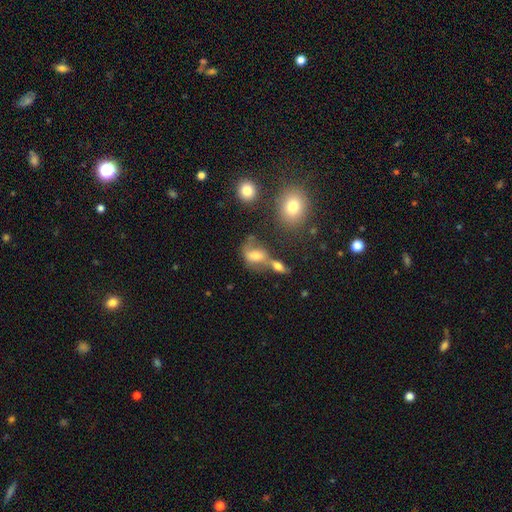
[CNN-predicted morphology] The model was most divided on "smooth or featured": smooth: 44%, featured or disk: 41%, star or artifact: 15%. Remaining: merging — none (36%).